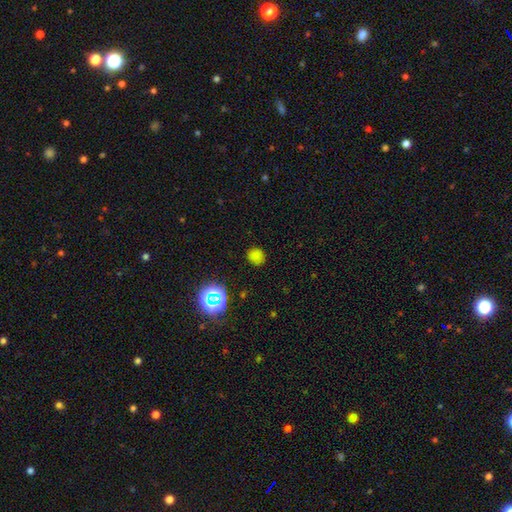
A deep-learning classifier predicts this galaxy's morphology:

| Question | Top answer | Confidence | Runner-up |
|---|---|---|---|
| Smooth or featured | smooth | 73% | star or artifact (22%) |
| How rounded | round | 79% | in between (20%) |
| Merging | none | 84% | minor disturbance (11%) |